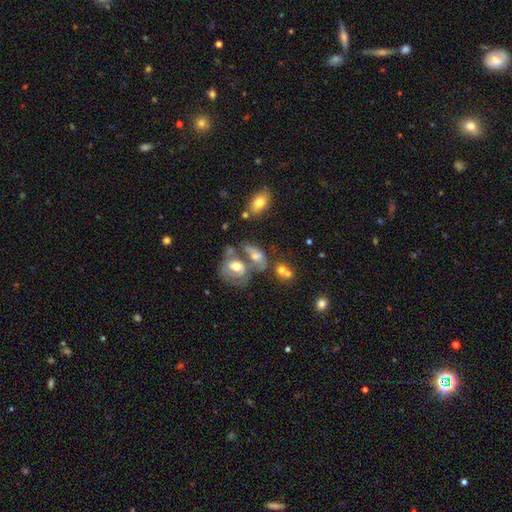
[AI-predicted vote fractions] Smooth or featured? Predicted: featured or disk (p=0.44). Merging? Predicted: merger (p=0.47).